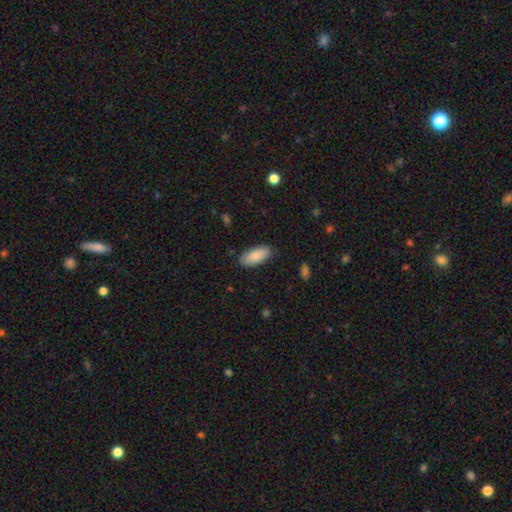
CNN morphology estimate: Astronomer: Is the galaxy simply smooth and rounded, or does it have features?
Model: smooth — 87%.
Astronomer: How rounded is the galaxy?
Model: in between — 87%.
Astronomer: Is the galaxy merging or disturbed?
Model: none — 85%.